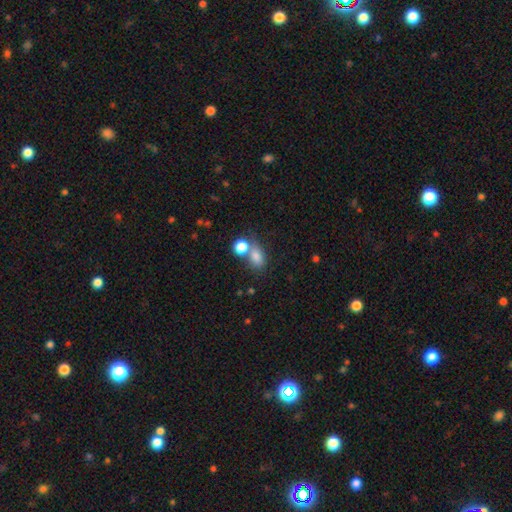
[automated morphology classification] Overall: smooth (80%). How rounded: in between (71%). Merging: none (43%; merger 38%).